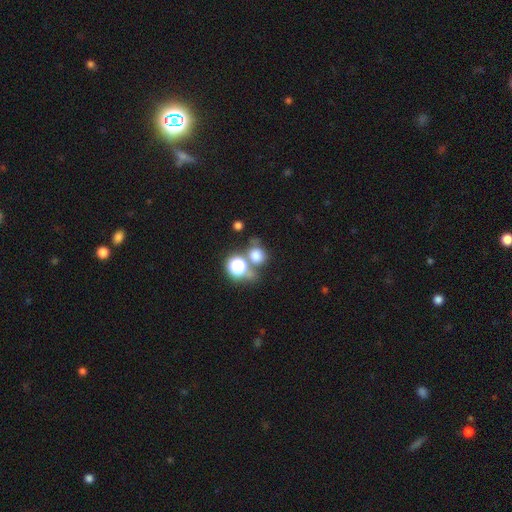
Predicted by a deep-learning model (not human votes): Smooth or featured: smooth — 71% (star or artifact — 19%)
How rounded: round — 77% (in between — 22%)
Merging: none — 52% (merger — 29%)